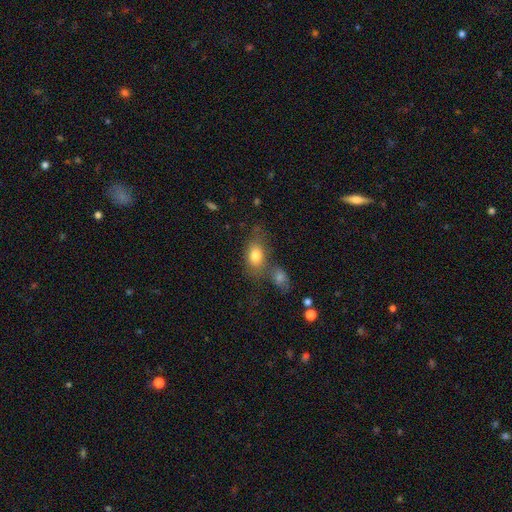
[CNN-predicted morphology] Smooth or featured? smooth (79%)
How rounded? in between (76%)
Merging? none (49%)